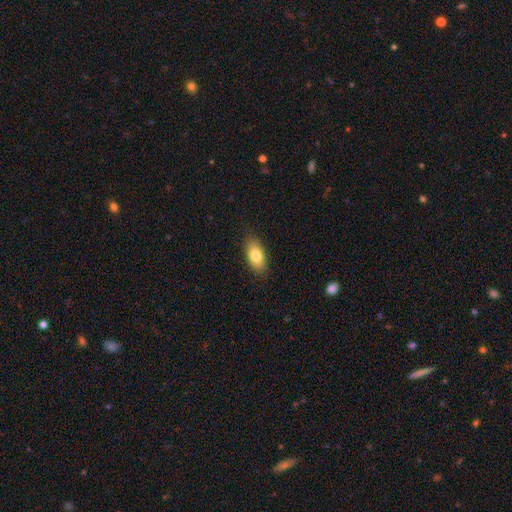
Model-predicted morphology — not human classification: Q: Smooth or featured?
A: smooth (80%); runner-up: featured or disk (13%)
Q: How rounded?
A: in between (89%); runner-up: cigar-shaped (7%)
Q: Merging?
A: none (87%); runner-up: minor disturbance (10%)